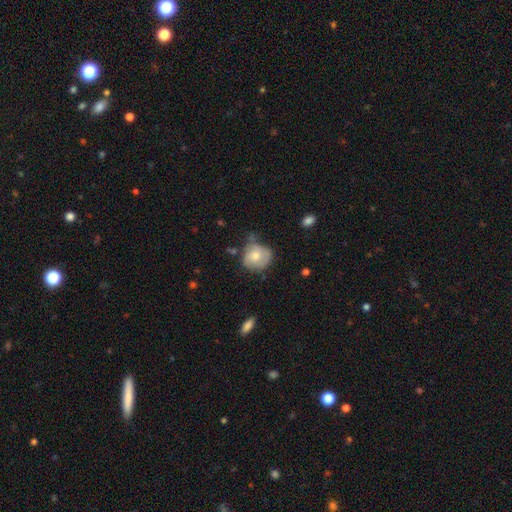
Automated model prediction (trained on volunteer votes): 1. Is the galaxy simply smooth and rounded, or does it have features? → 62% smooth, 31% featured or disk, 7% star or artifact.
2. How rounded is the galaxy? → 76% round, 23% in between, 1% cigar-shaped.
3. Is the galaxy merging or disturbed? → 48% none, 35% minor disturbance, 11% major disturbance, 5% merger.